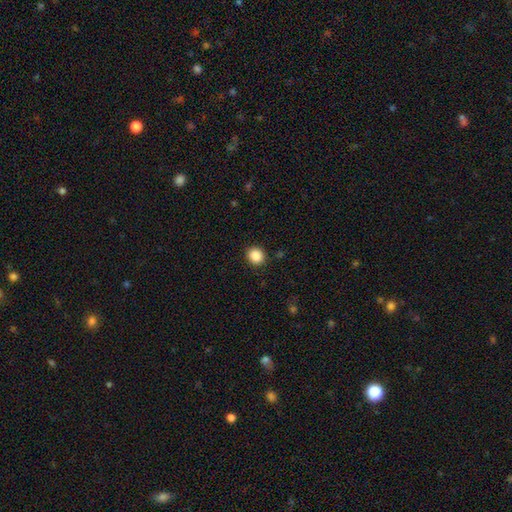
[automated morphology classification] Q: Smooth or featured?
A: smooth (88%); runner-up: star or artifact (10%)
Q: How rounded?
A: round (86%); runner-up: in between (13%)
Q: Merging?
A: none (91%); runner-up: minor disturbance (6%)